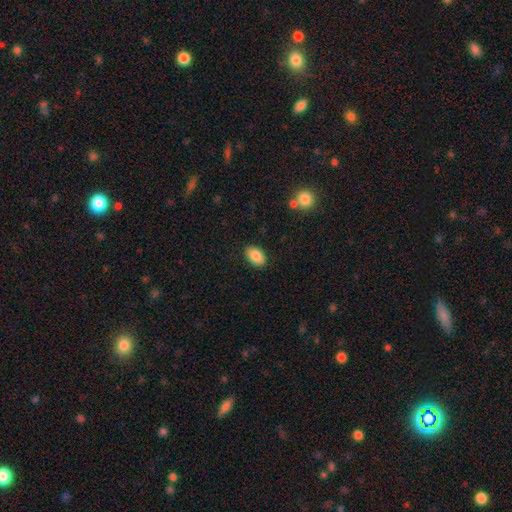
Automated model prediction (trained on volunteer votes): Smooth or featured: smooth — 87% (star or artifact — 7%)
How rounded: in between — 90% (round — 9%)
Merging: none — 88% (minor disturbance — 9%)